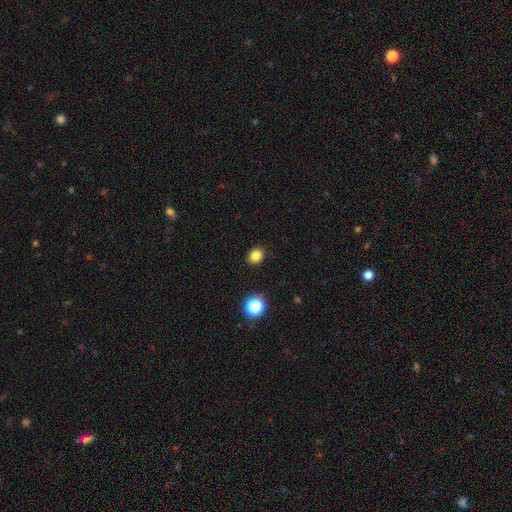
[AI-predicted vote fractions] smooth 82%, star or artifact 13%, featured or disk 5%. Down the decision tree: how rounded — round (60%); merging — none (89%).